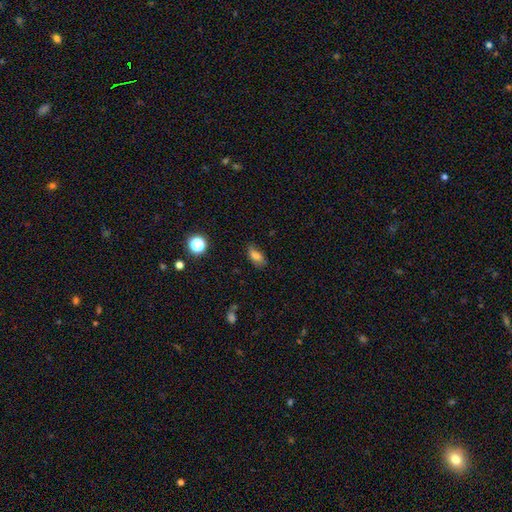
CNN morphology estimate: A smooth galaxy with no disk features (76%) that is in between round and cigar-shaped (83%). Merging: none (70%).